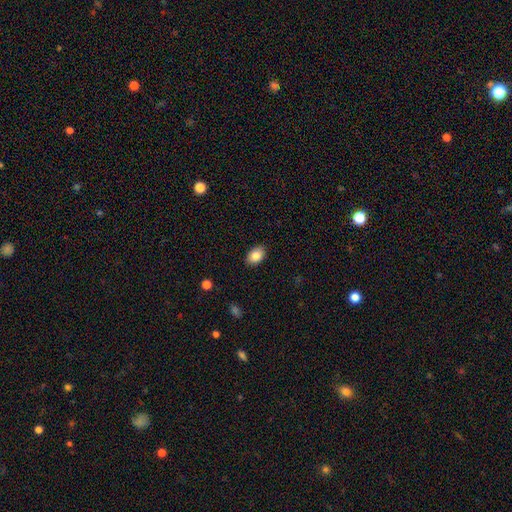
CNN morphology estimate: This is clearly a smooth galaxy (85%). How rounded: clearly in between (83%). Merging: clearly none (88%).